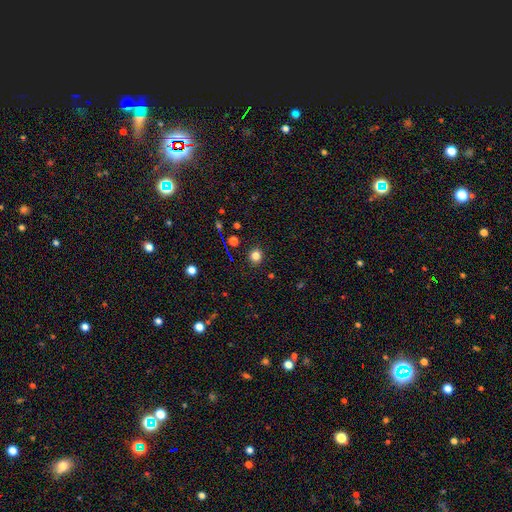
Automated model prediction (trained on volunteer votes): A smooth galaxy with no disk features (80%) that is round (85%). Merging: none (90%).